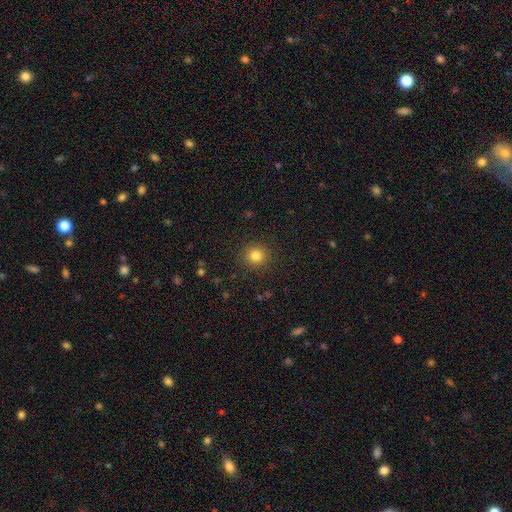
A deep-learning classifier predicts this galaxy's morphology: Smooth or featured? smooth (82%)
How rounded? round (91%)
Merging? none (90%)